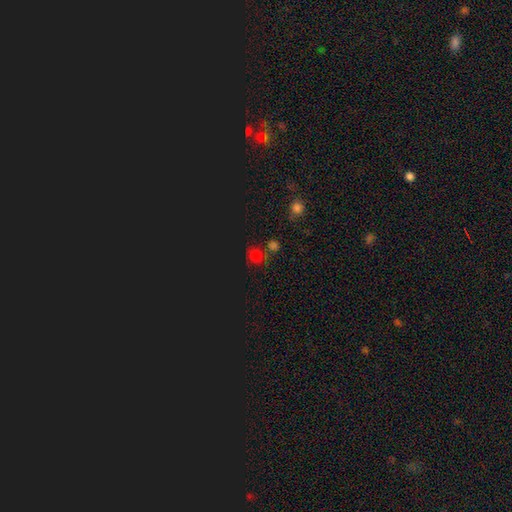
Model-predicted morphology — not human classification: smooth 46%, star or artifact 45%, featured or disk 8%. Down the decision tree: merging — none (63%).